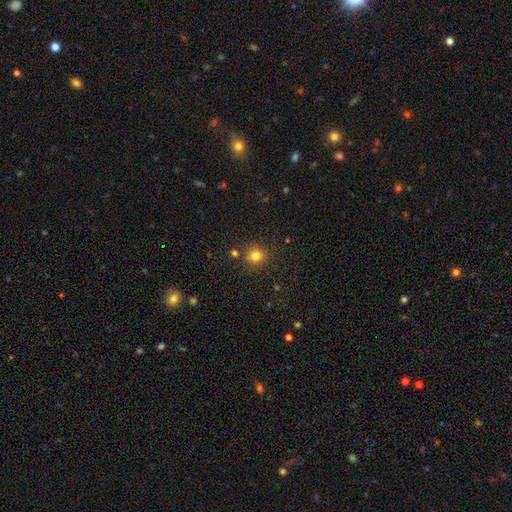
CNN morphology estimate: smooth_or_featured: smooth (p=0.79) [alt: star or artifact p=0.15]
how_rounded: round (p=0.89) [alt: in between p=0.10]
merging: none (p=0.79) [alt: minor disturbance p=0.10]